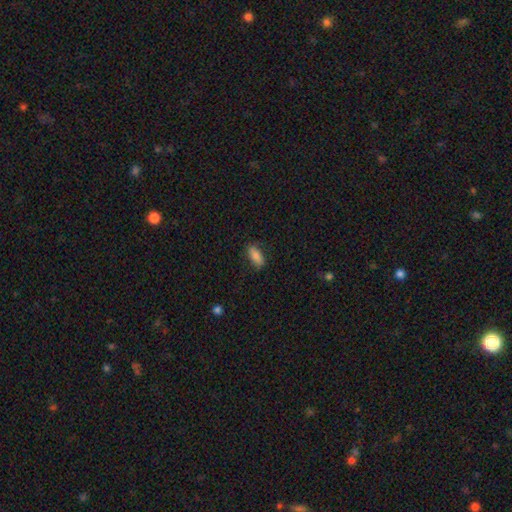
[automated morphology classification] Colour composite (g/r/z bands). It shows a smooth galaxy with no disk features (83%) that is in between round and cigar-shaped (84%). Merging: none (81%).